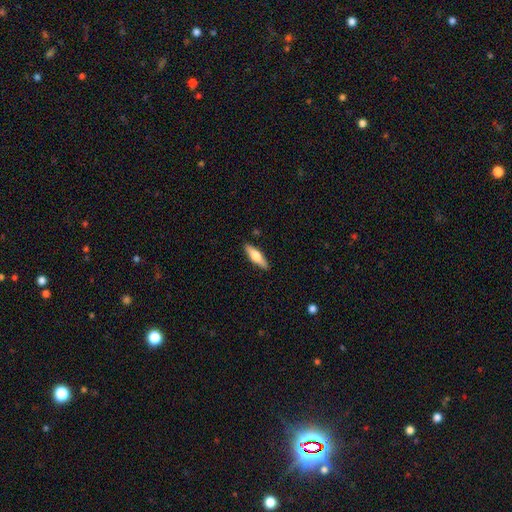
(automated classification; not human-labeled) Morphology: type=smooth (58%); roundness=cigar-shaped (58%); merging=none (89%).